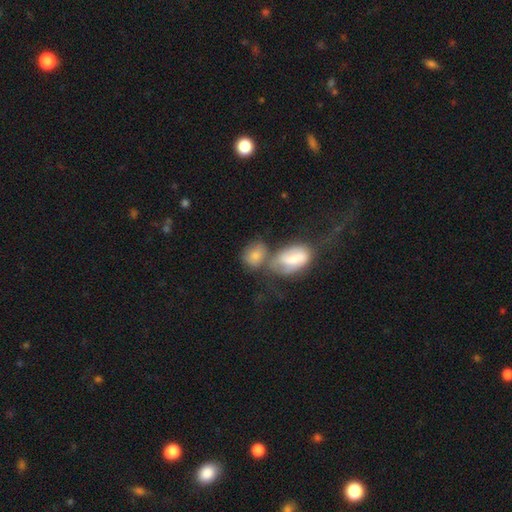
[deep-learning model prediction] smooth-or-featured: smooth: 69% | featured or disk: 22% | star or artifact: 8%
  how-rounded: in between: 61% | round: 36% | cigar-shaped: 2%
  merging: merger: 49% | none: 31% | minor disturbance: 13% | major disturbance: 7%